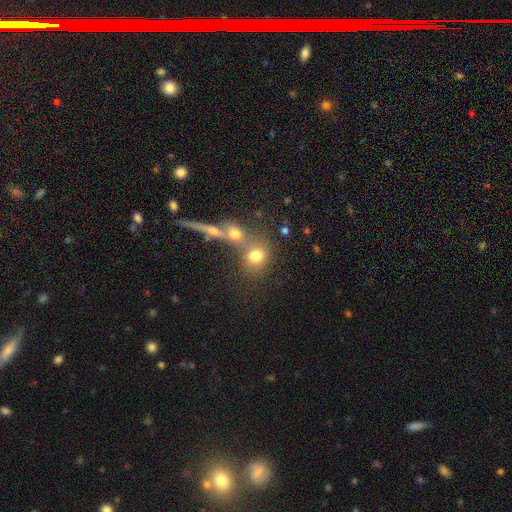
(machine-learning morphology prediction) smooth-or-featured: smooth: 74% | star or artifact: 14% | featured or disk: 13%
  how-rounded: round: 70% | in between: 27% | cigar-shaped: 3%
  merging: none: 43% | merger: 42% | minor disturbance: 9% | major disturbance: 6%